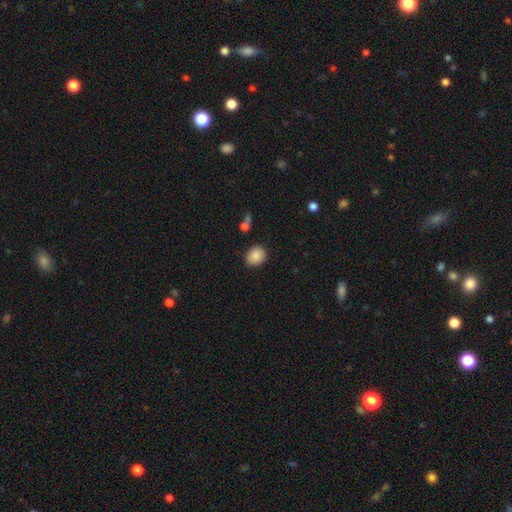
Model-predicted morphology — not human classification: A smooth galaxy with no disk features (87%) that is round (67%). Merging: none (86%).